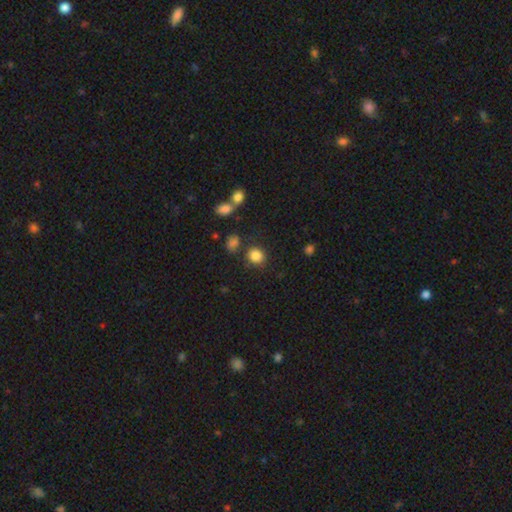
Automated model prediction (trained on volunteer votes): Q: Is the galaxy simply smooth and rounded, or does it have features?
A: smooth — 85%.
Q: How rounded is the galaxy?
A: round — 76%.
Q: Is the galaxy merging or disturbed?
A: none — 79%.